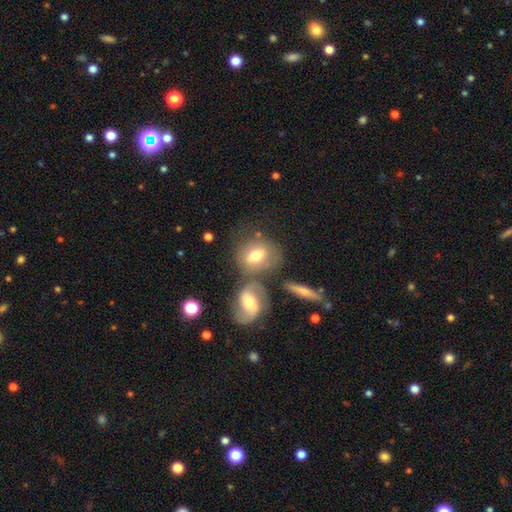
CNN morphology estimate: Smooth or featured?
  - smooth: 63% *
  - featured or disk: 28%
  - star or artifact: 8%
How rounded?
  - in between: 57% *
  - round: 40%
  - cigar-shaped: 3%
Merging?
  - none: 49% *
  - merger: 29%
  - minor disturbance: 15%
  - major disturbance: 7%